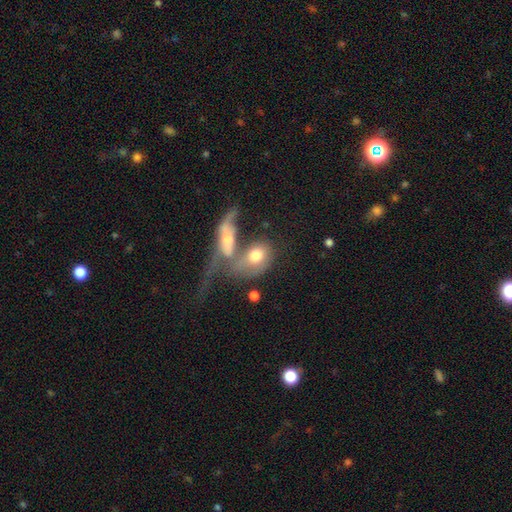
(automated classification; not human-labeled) Q: Smooth or featured?
A: smooth (57%); runner-up: featured or disk (35%)
Q: How rounded?
A: in between (74%); runner-up: round (20%)
Q: Merging?
A: merger (64%); runner-up: major disturbance (16%)